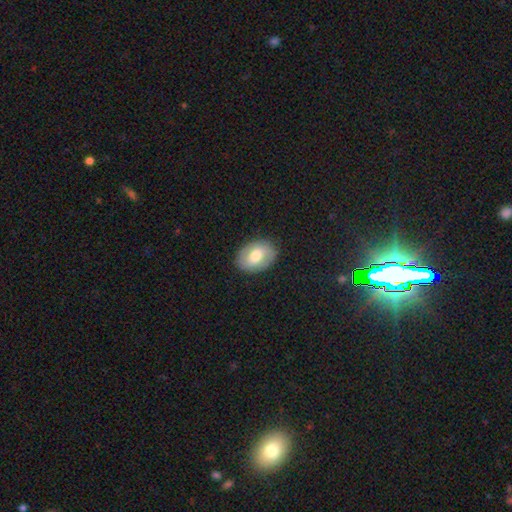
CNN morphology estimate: This appears to be a smooth galaxy with no disk features (59%) that is in between round and cigar-shaped (79%). Merging: none (86%).